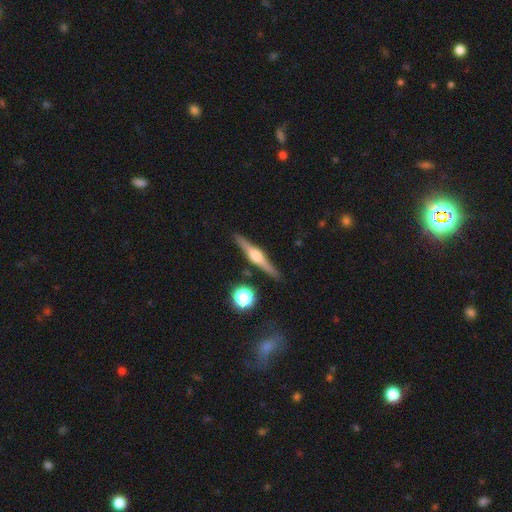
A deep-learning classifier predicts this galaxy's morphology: Smooth or featured? Predicted: featured or disk (p=0.78). Edge-on disk? Predicted: yes (p=0.98). Edge-on bulge? Predicted: rounded (p=0.87). Merging? Predicted: none (p=0.90).